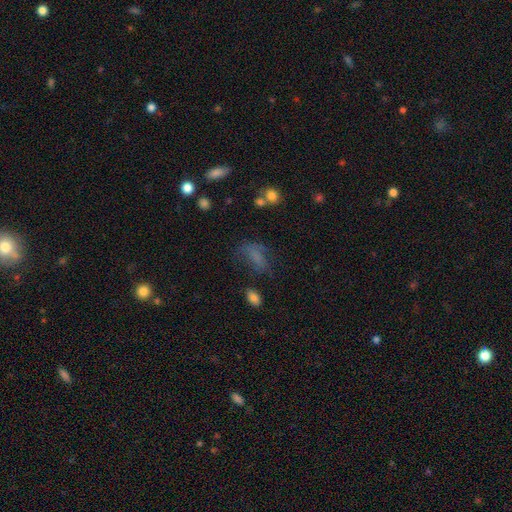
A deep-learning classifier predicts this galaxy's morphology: type=smooth (58%); roundness=in between (77%); merging=none (41%).